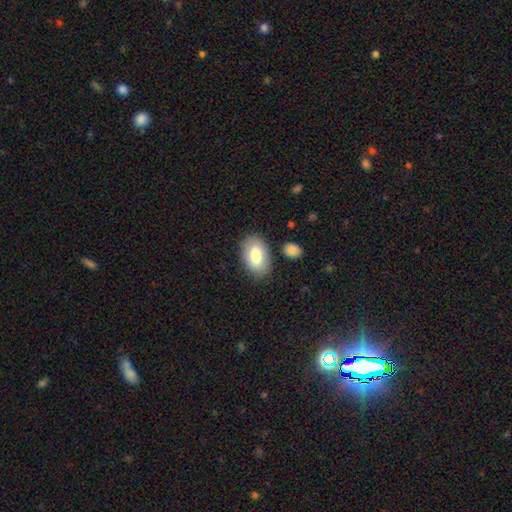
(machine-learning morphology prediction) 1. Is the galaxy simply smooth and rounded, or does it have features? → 81% smooth, 13% featured or disk, 6% star or artifact.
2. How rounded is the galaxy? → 93% in between, 5% round, 1% cigar-shaped.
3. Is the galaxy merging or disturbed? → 82% none, 11% minor disturbance, 4% merger, 3% major disturbance.